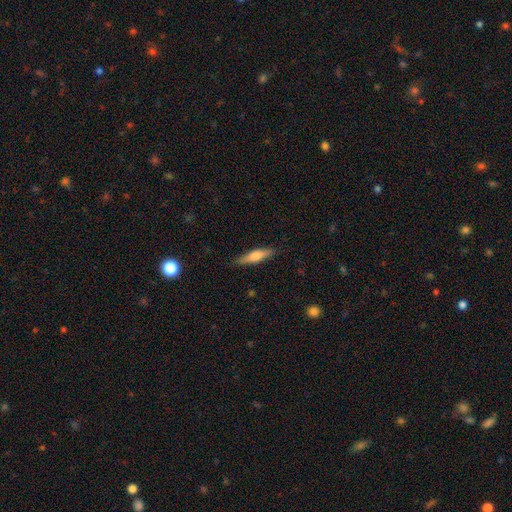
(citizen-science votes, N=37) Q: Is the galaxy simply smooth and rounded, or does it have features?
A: smooth — 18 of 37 (49%).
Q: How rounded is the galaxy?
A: cigar-shaped — 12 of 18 (67%).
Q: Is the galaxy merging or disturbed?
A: none — 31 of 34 (91%).